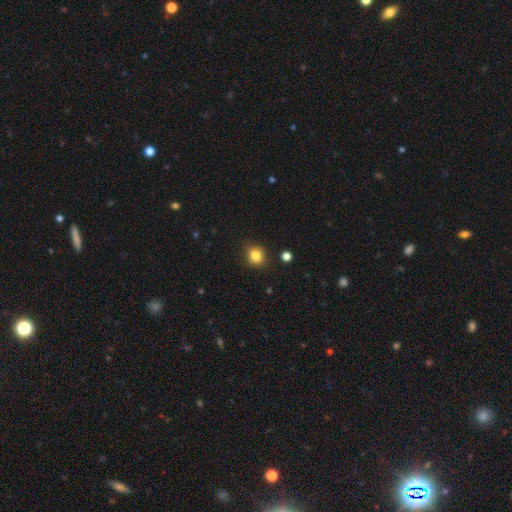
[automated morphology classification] Smooth or featured? smooth (83%)
How rounded? round (76%)
Merging? none (86%)